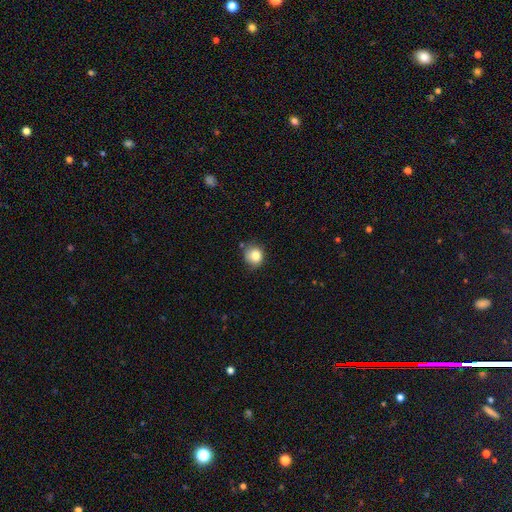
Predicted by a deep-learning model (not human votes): The model was most divided on "merging": none: 72%, minor disturbance: 21%, major disturbance: 4%, merger: 4%. More confident: how rounded — round (86%); smooth or featured — smooth (82%).